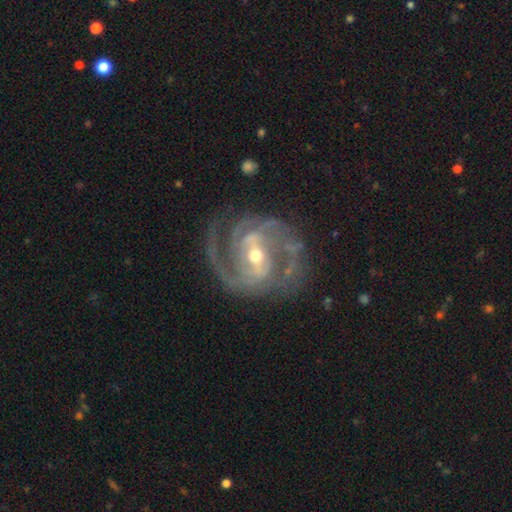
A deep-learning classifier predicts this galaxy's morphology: Smooth or featured?
  - featured or disk: 91% *
  - star or artifact: 5%
  - smooth: 4%
Edge-on disk?
  - no: 97% *
  - yes: 3%
Bar?
  - weak: 43% *
  - strong: 39%
  - no: 18%
Spiral arms?
  - yes: 97% *
  - no: 3%
Spiral winding?
  - medium: 46% *
  - tight: 43%
  - loose: 11%
Spiral arm count?
  - 2: 60% *
  - 3: 19%
  - can't tell: 9%
  - 4: 5%
  - 1: 4%
  - more than 4: 3%
Bulge size?
  - moderate: 56% *
  - small: 39%
  - large: 3%
  - none: 1%
  - dominant: 1%
Merging?
  - none: 72% *
  - minor disturbance: 16%
  - major disturbance: 10%
  - merger: 2%